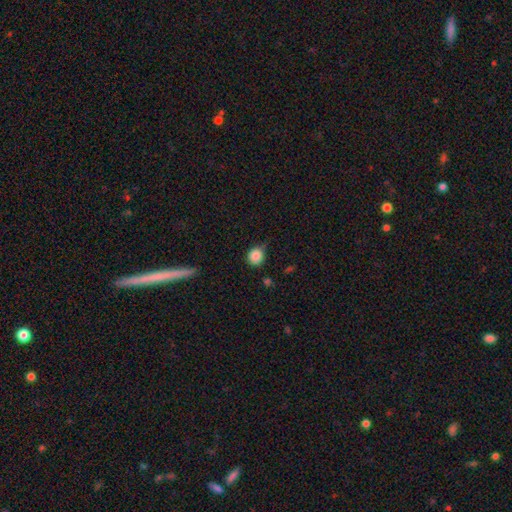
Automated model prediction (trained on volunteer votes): Overall: smooth (85%). How rounded: round (78%). Merging: none (63%; minor disturbance 29%).